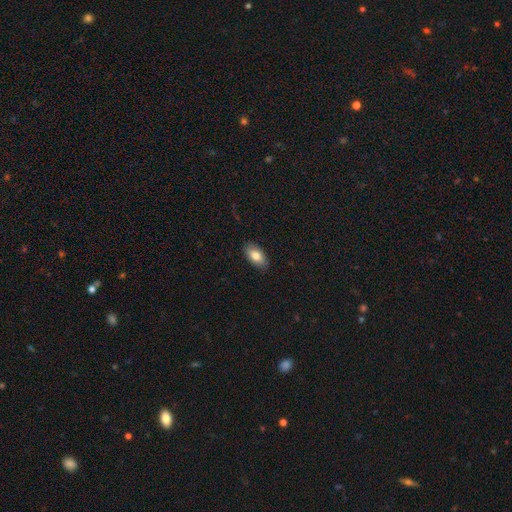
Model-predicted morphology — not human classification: Overall: smooth (82%). How rounded: in between (93%). Merging: none (87%).